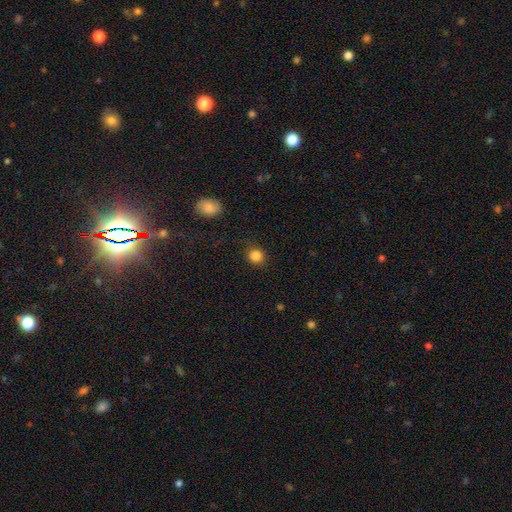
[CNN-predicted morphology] This is clearly a smooth galaxy (85%). How rounded: clearly round (82%). Merging: clearly none (86%).